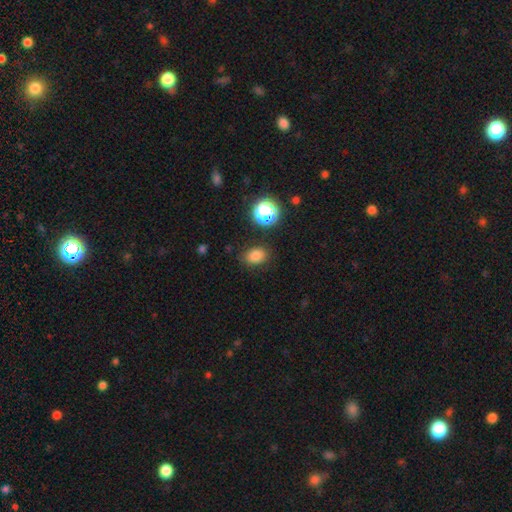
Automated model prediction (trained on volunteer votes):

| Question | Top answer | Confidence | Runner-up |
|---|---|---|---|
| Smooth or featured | smooth | 79% | star or artifact (15%) |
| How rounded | in between | 65% | round (34%) |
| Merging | none | 84% | minor disturbance (10%) |